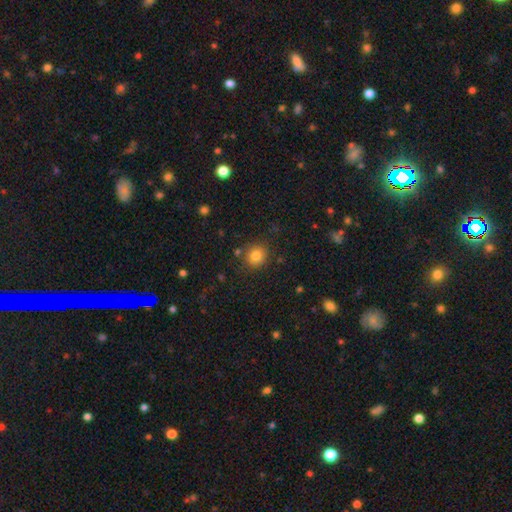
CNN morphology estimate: Overall: smooth (81%). How rounded: round (86%). Merging: none (84%).